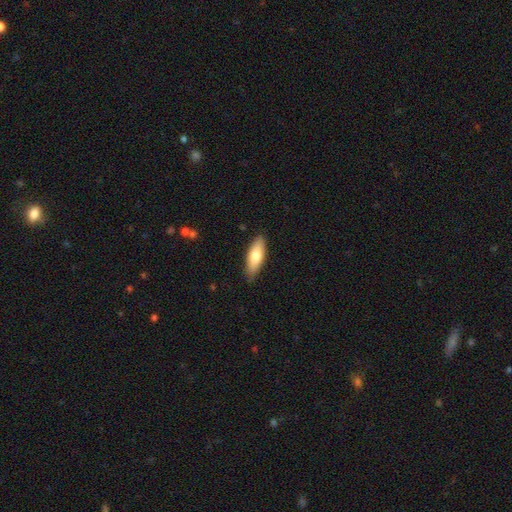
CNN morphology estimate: smooth_or_featured: smooth (p=0.74) [alt: featured or disk p=0.20]
how_rounded: in between (p=0.66) [alt: cigar-shaped p=0.33]
merging: none (p=0.84) [alt: minor disturbance p=0.13]